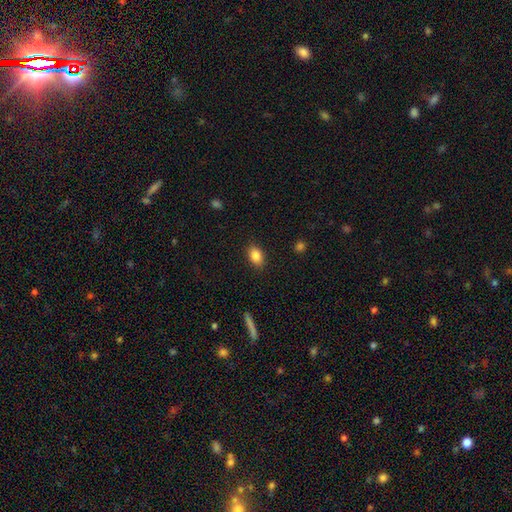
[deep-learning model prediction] Smooth or featured?
  - smooth: 86% *
  - star or artifact: 8%
  - featured or disk: 6%
How rounded?
  - in between: 85% *
  - round: 13%
  - cigar-shaped: 2%
Merging?
  - none: 87% *
  - minor disturbance: 9%
  - major disturbance: 3%
  - merger: 1%